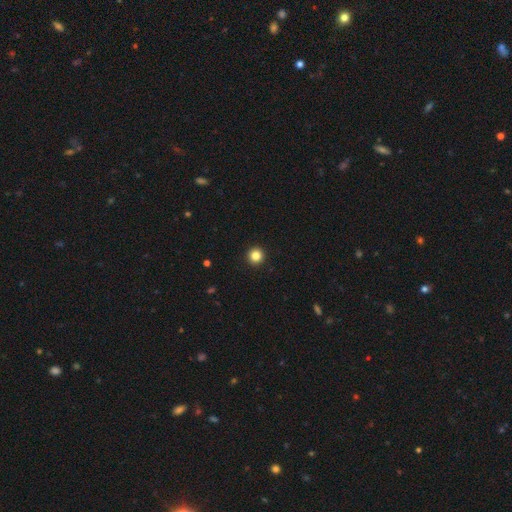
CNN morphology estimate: This appears to be a smooth galaxy with no disk features (84%) that is round (96%). Merging: none (94%).